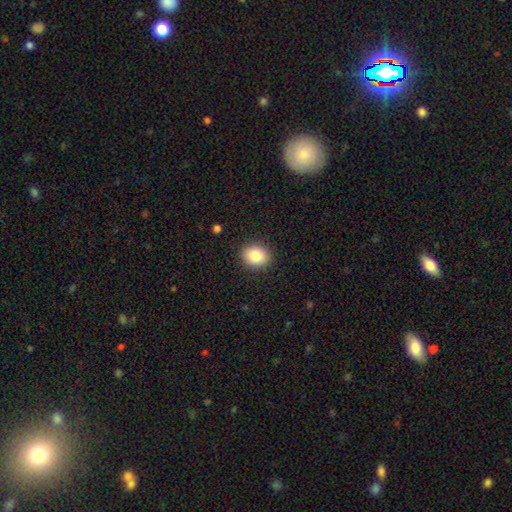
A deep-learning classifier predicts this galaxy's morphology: A smooth galaxy with no disk features (84%) that is round (53%). Merging: none (90%).